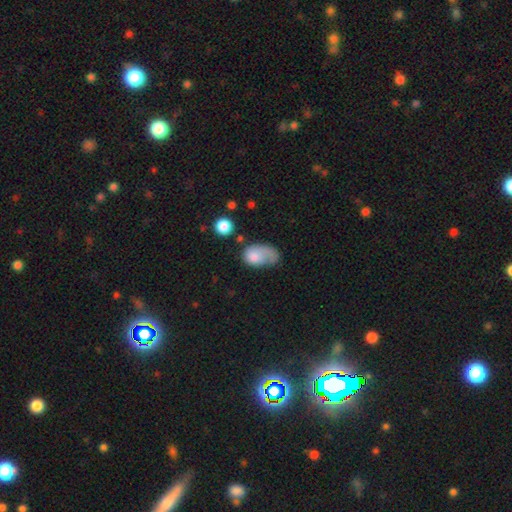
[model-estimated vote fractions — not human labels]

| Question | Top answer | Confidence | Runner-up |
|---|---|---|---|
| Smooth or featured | smooth | 70% | featured or disk (22%) |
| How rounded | in between | 85% | round (14%) |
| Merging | major disturbance | 42% | minor disturbance (26%) |